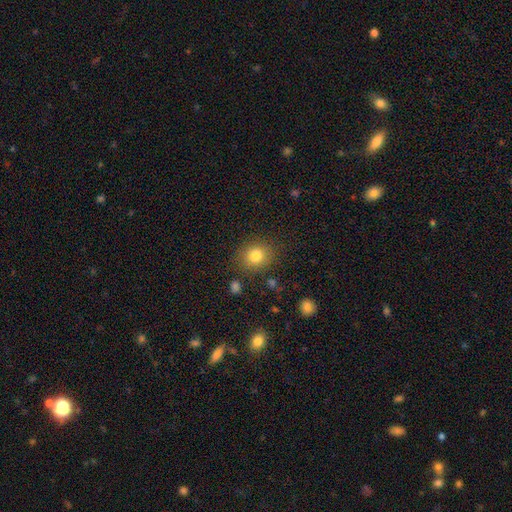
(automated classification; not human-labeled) Q: Smooth or featured?
A: smooth (82%); runner-up: star or artifact (11%)
Q: How rounded?
A: round (75%); runner-up: in between (24%)
Q: Merging?
A: none (83%); runner-up: minor disturbance (10%)